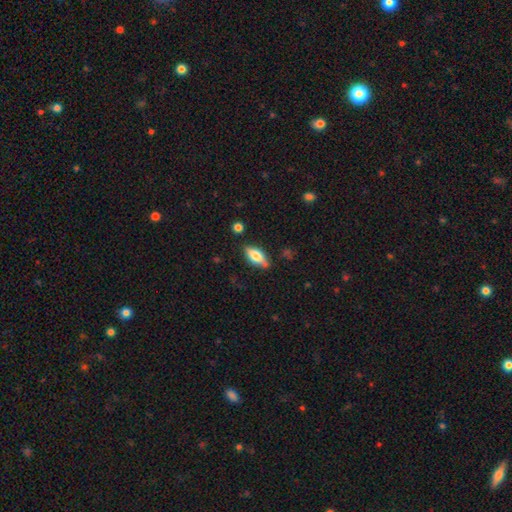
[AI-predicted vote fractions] Smooth or featured? smooth (64%)
How rounded? in between (78%)
Merging? none (77%)